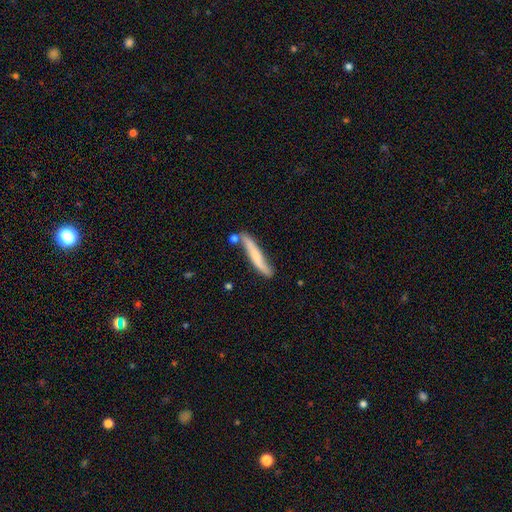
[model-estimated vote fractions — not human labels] smooth_or_featured: smooth (p=0.50) [alt: featured or disk p=0.45]
merging: none (p=0.66) [alt: minor disturbance p=0.20]